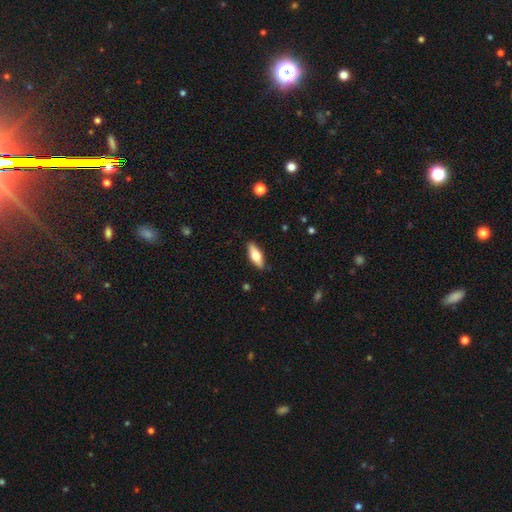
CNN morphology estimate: Q: Smooth or featured?
A: smooth (64%); runner-up: featured or disk (30%)
Q: How rounded?
A: in between (67%); runner-up: cigar-shaped (31%)
Q: Merging?
A: none (87%); runner-up: minor disturbance (10%)